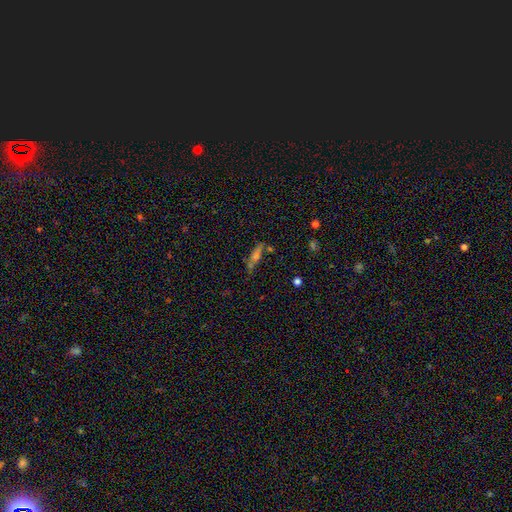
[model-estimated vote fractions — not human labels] Overall: smooth (39%; featured or disk 34%). Merging: none (55%; minor disturbance 19%).